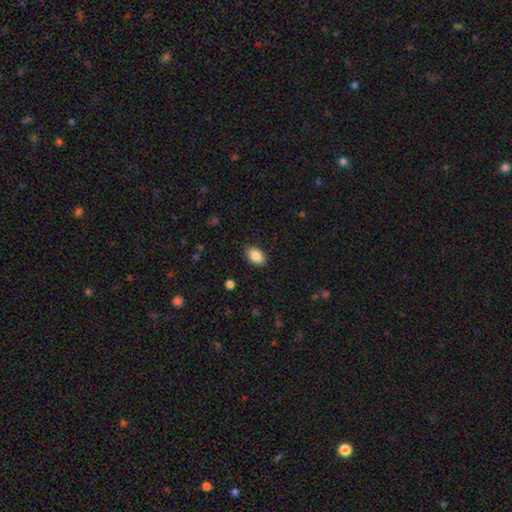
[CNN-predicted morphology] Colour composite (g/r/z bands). It shows a smooth galaxy with no disk features (87%) that is in between round and cigar-shaped (87%). Merging: none (86%).